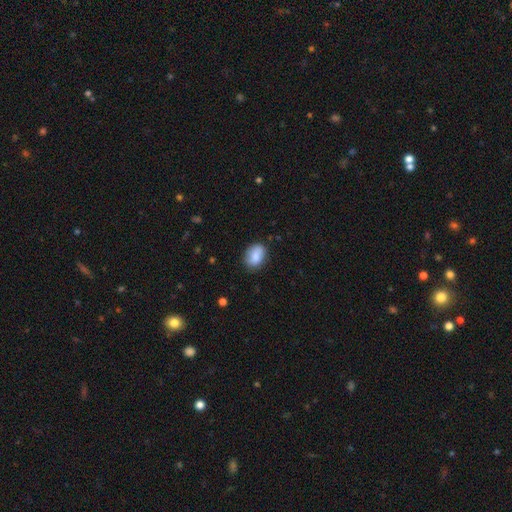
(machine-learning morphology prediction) This is clearly a smooth galaxy (83%). How rounded: likely in between (76%). Merging: likely none (77%).